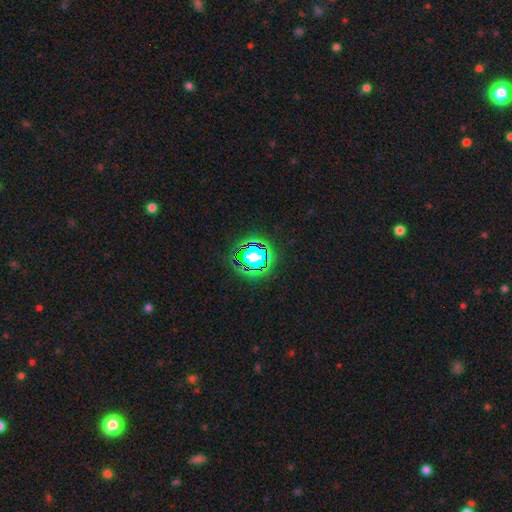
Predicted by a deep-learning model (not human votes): A star or artifact, not a galaxy (57%).